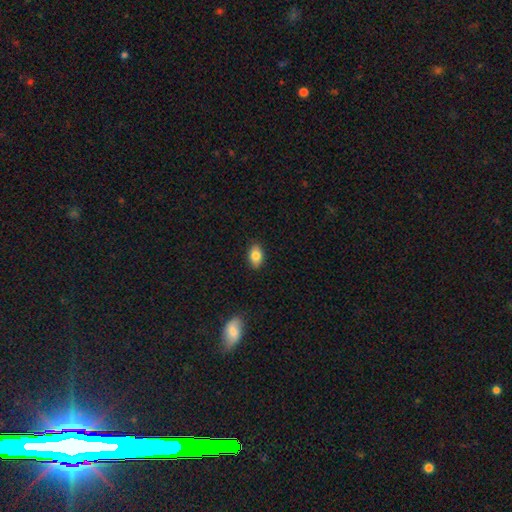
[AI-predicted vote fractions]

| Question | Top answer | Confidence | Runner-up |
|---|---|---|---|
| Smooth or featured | smooth | 83% | featured or disk (10%) |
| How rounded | in between | 89% | round (9%) |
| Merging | none | 88% | minor disturbance (9%) |